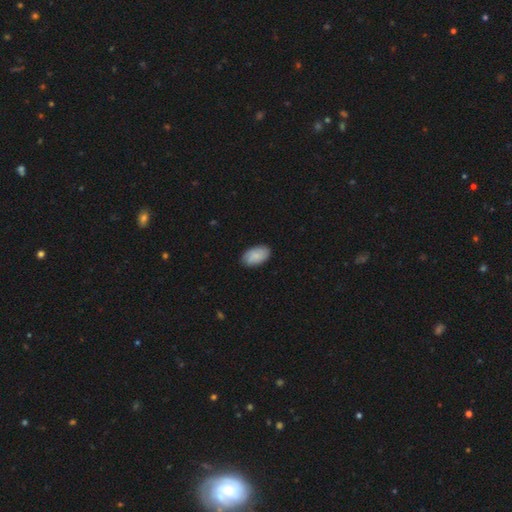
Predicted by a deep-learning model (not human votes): Smooth or featured: smooth — 79% (featured or disk — 14%)
How rounded: in between — 94% (round — 5%)
Merging: none — 84% (minor disturbance — 13%)